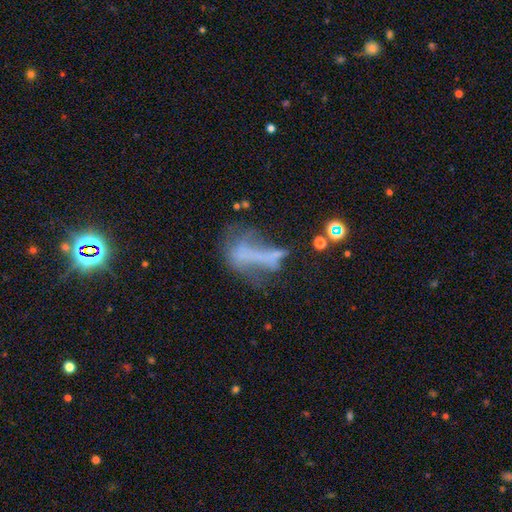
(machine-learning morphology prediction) smooth_or_featured: featured or disk (p=0.44) [alt: smooth p=0.34]
merging: major disturbance (p=0.39) [alt: none p=0.25]